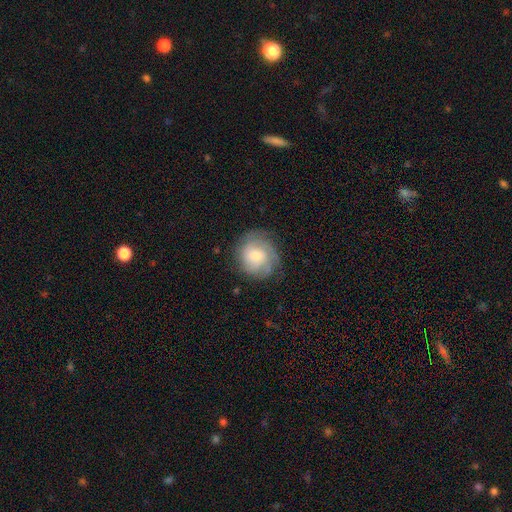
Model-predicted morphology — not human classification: This is possibly a featured or disk galaxy (54%). It is clearly not viewed edge-on (97%). Bar: likely no (72%). Spiral arm pattern: clearly yes (85%). Central bulge: possibly moderate (54%). Merging: likely none (74%).